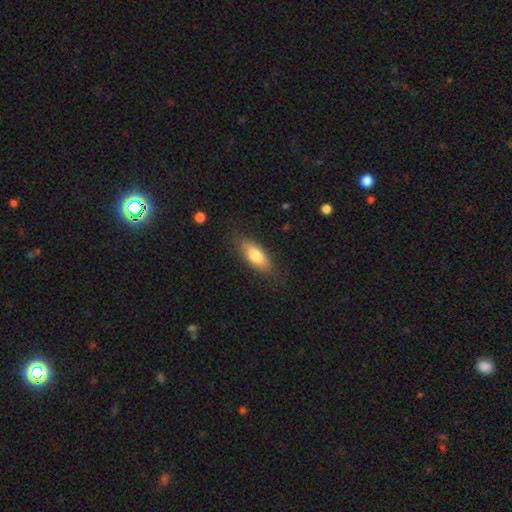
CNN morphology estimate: This appears to be a smooth galaxy with no disk features (77%) that is in between round and cigar-shaped (76%). Merging: none (80%).